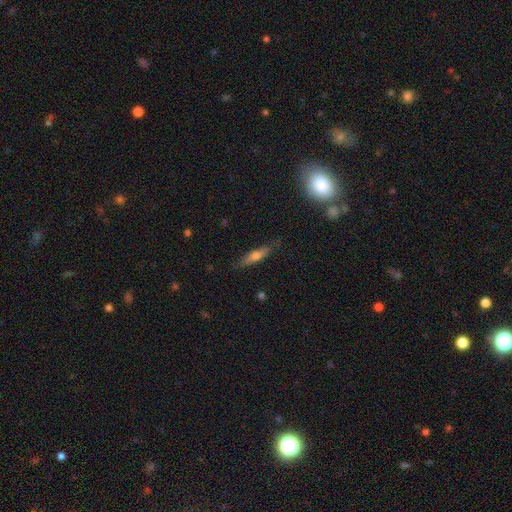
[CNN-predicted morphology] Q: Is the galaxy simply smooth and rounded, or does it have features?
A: smooth — 47%.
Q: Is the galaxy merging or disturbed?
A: none — 81%.